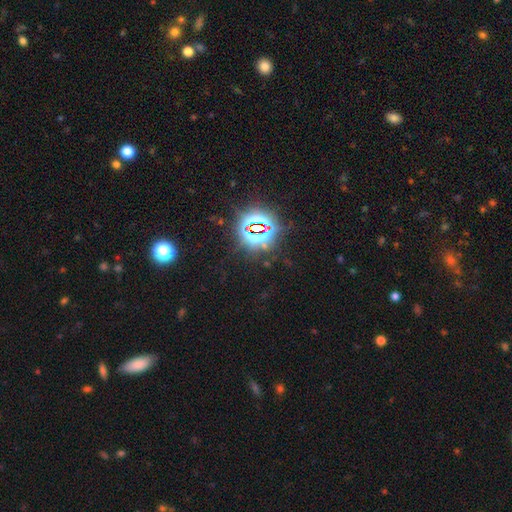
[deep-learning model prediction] The model was most divided on "smooth or featured": star or artifact: 80%, smooth: 13%, featured or disk: 7%.